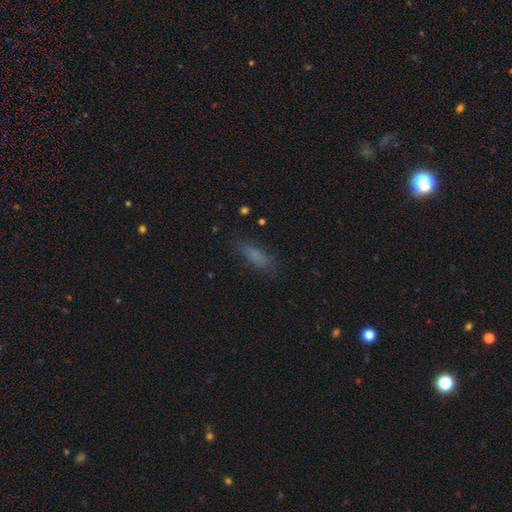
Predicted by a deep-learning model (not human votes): The model was most divided on "how rounded": cigar-shaped: 59%, in between: 39%, round: 2%. More confident: merging — none (77%); smooth or featured — smooth (76%).